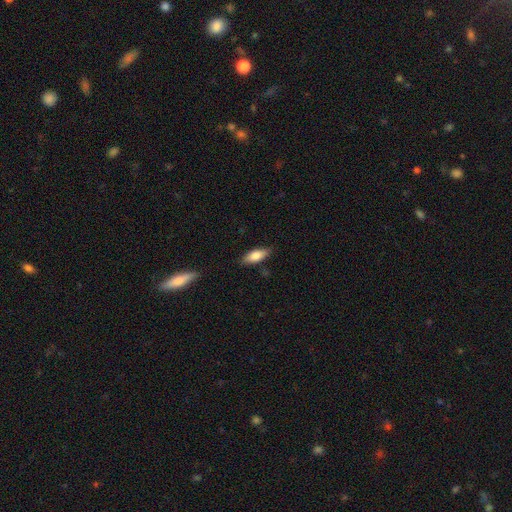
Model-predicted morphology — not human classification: A smooth galaxy with no disk features (76%) that is in between round and cigar-shaped (70%).

Vote fractions:
- Smooth or featured? smooth: 76% / featured or disk: 17% / star or artifact: 6%
- How rounded? in between: 70% / cigar-shaped: 28% / round: 2%
- Merging? none: 84% / minor disturbance: 12% / major disturbance: 2% / merger: 2%